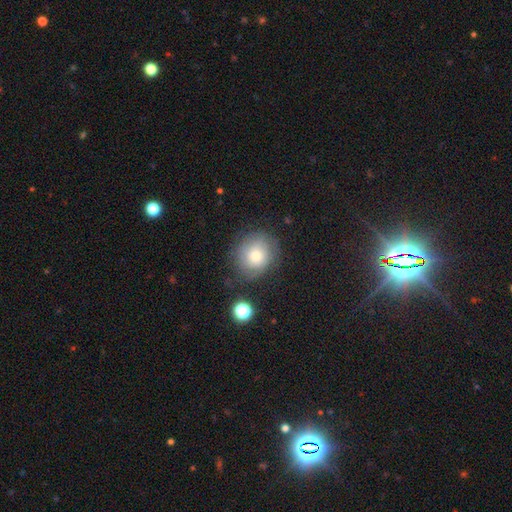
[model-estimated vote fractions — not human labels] Smooth or featured? Predicted: smooth (p=0.46). Merging? Predicted: none (p=0.75).